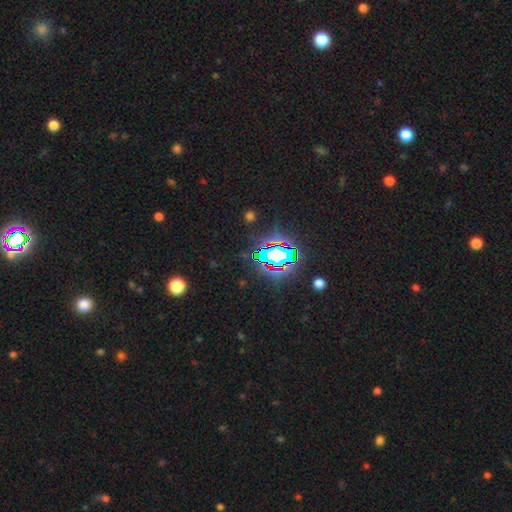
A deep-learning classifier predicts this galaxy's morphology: A star or artifact, not a galaxy (81%).

Vote fractions:
- Smooth or featured? star or artifact: 81% / smooth: 12% / featured or disk: 7%